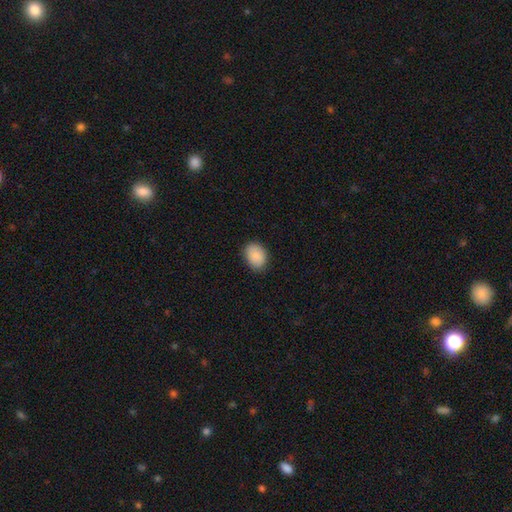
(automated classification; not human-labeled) smooth 89%, star or artifact 7%, featured or disk 4%. Down the decision tree: how rounded — in between (72%); merging — none (84%).